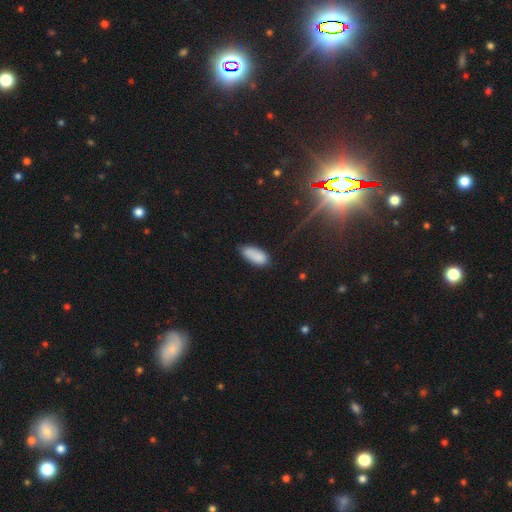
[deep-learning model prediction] smooth 86%, star or artifact 8%, featured or disk 6%. Down the decision tree: how rounded — in between (87%); merging — none (67%).